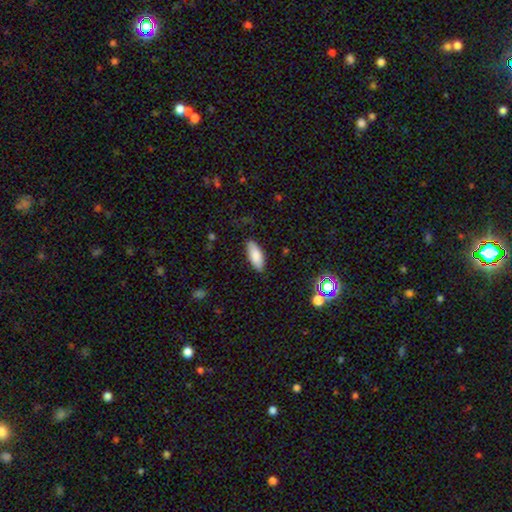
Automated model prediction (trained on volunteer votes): smooth-or-featured: smooth: 84% | featured or disk: 9% | star or artifact: 7%
  how-rounded: in between: 78% | cigar-shaped: 20% | round: 2%
  merging: none: 84% | minor disturbance: 12% | major disturbance: 3% | merger: 1%